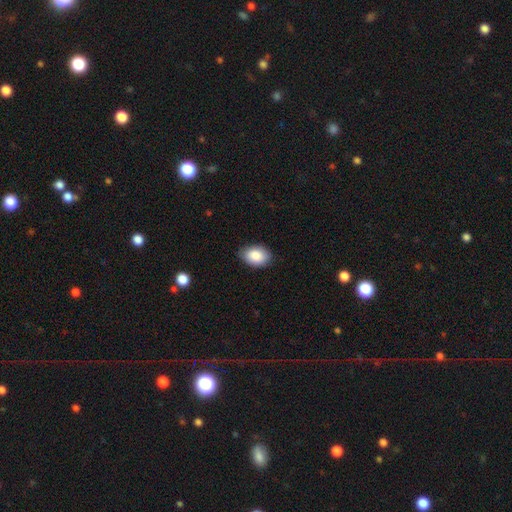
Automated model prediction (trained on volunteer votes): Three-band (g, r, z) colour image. It shows a smooth galaxy with no disk features (87%) that is in between round and cigar-shaped (84%). Merging: none (81%).